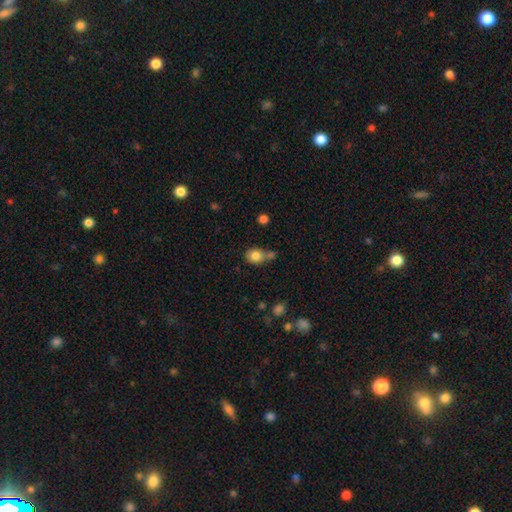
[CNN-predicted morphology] This is clearly a smooth galaxy (82%). How rounded: possibly round (59%). Merging: possibly none (46%).